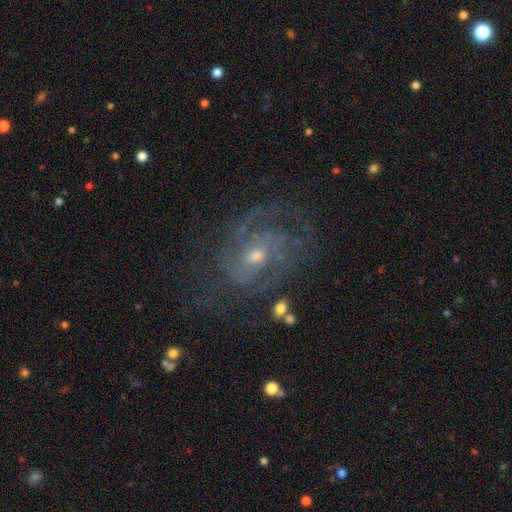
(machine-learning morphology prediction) Q: Smooth or featured?
A: featured or disk (80%); runner-up: star or artifact (12%)
Q: Edge-on disk?
A: no (97%); runner-up: yes (3%)
Q: Bar?
A: no (60%); runner-up: weak (32%)
Q: Spiral arms?
A: yes (93%); runner-up: no (7%)
Q: Spiral winding?
A: tight (51%); runner-up: medium (38%)
Q: Spiral arm count?
A: 2 (35%); runner-up: can't tell (30%)
Q: Bulge size?
A: small (51%); runner-up: moderate (44%)
Q: Merging?
A: none (70%); runner-up: minor disturbance (16%)